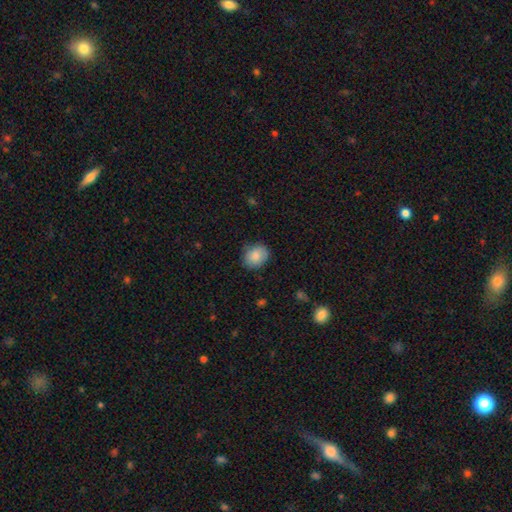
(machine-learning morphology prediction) Smooth or featured? smooth (86%)
How rounded? round (53%)
Merging? none (80%)